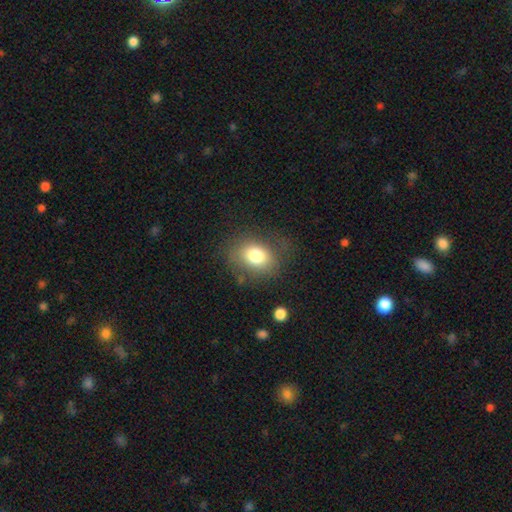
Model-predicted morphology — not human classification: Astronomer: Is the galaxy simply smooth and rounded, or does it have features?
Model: smooth — 77%.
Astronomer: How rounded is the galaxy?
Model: in between — 60% (runner-up: round, 39%).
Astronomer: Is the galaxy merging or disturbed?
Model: none — 71%.